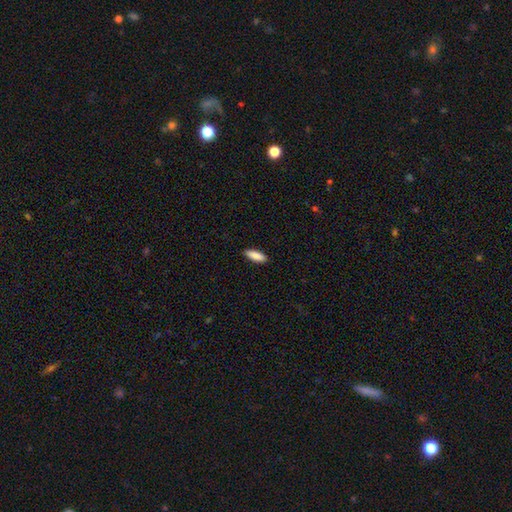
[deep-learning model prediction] smooth_or_featured: smooth (p=0.89) [alt: star or artifact p=0.06]
how_rounded: in between (p=0.60) [alt: cigar-shaped p=0.38]
merging: none (p=0.89) [alt: minor disturbance p=0.08]